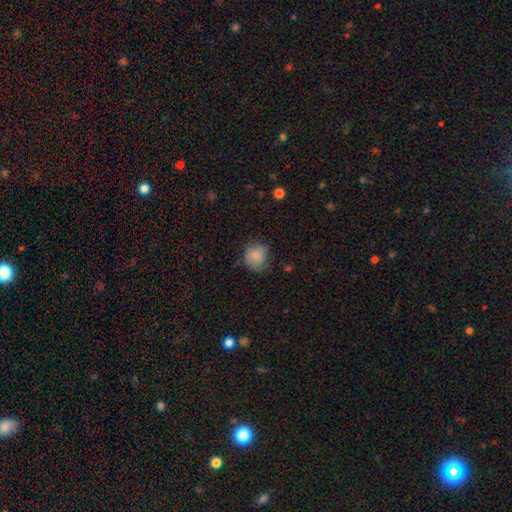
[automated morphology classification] smooth 79%, featured or disk 13%, star or artifact 8%. Down the decision tree: how rounded — round (80%); merging — none (64%).